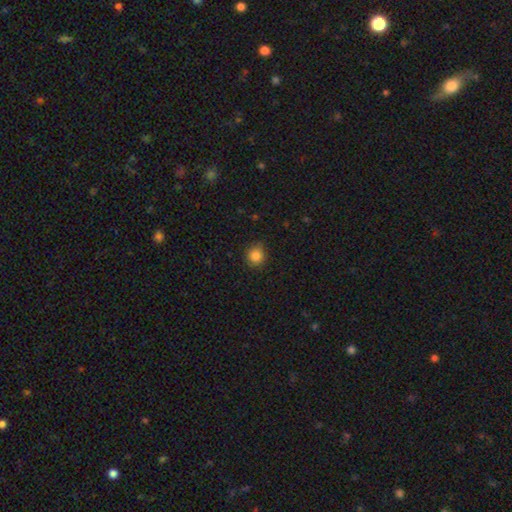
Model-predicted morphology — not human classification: type=smooth (85%); roundness=round (88%); merging=none (80%).